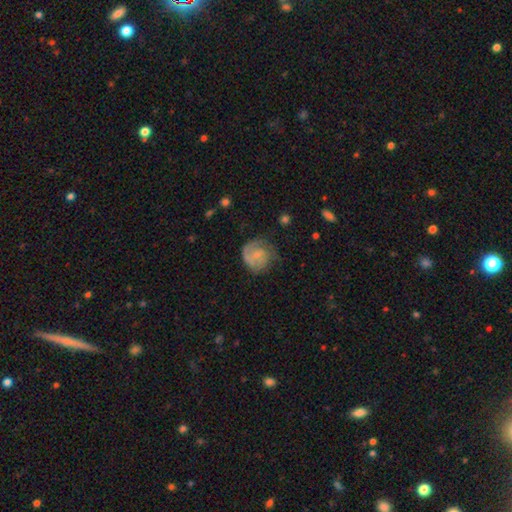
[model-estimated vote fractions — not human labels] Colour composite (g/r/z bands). It shows a featured or disk galaxy (63%) with no bar (57%), 2 (40%) tight (48%) spiral arms (88%) and a small central bulge (45%). Merging: none (58%).